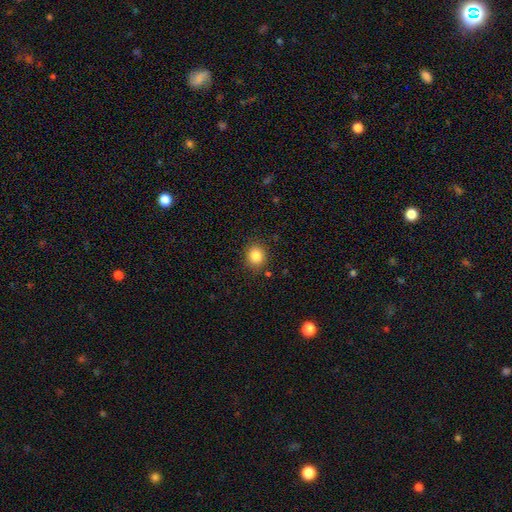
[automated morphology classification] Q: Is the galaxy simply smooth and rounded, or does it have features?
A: smooth — 84%.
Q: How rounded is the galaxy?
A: round — 77%.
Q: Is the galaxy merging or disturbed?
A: none — 87%.